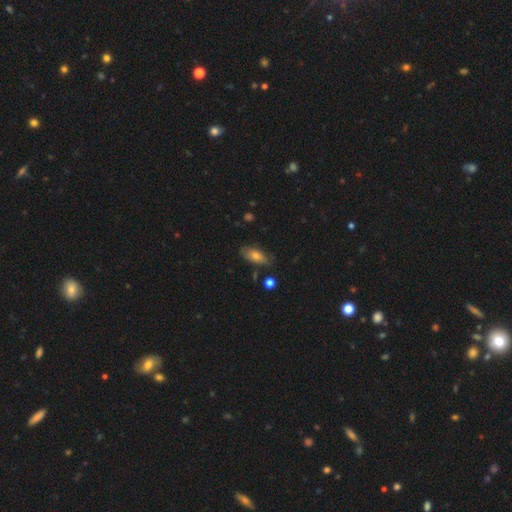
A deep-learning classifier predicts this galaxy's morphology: Q: Smooth or featured?
A: smooth (67%); runner-up: featured or disk (23%)
Q: How rounded?
A: in between (83%); runner-up: cigar-shaped (12%)
Q: Merging?
A: none (69%); runner-up: minor disturbance (23%)